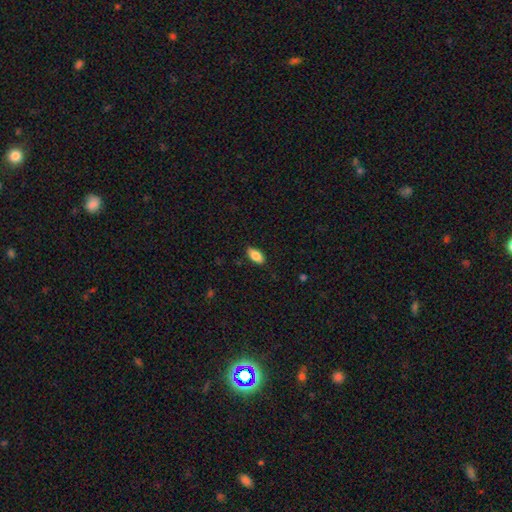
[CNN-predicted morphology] A smooth galaxy with no disk features (85%) that is in between round and cigar-shaped (92%).

Vote fractions:
- Smooth or featured? smooth: 85% / featured or disk: 8% / star or artifact: 7%
- How rounded? in between: 92% / cigar-shaped: 5% / round: 3%
- Merging? none: 86% / minor disturbance: 11% / major disturbance: 2% / merger: 1%